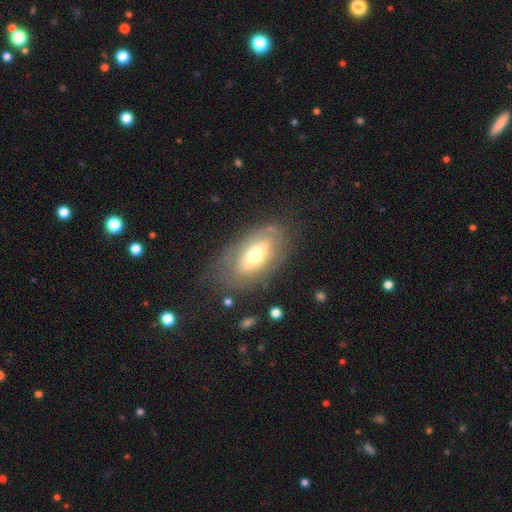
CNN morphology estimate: Smooth or featured? featured or disk (53%)
Edge-on disk? no (85%)
Merging? none (68%)